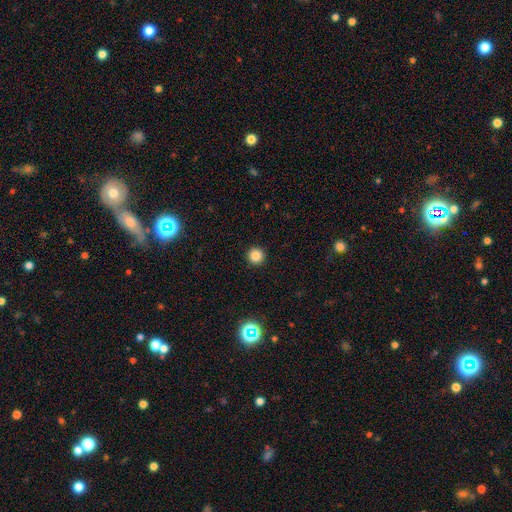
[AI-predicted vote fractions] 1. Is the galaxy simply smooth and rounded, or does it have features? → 85% smooth, 12% star or artifact, 3% featured or disk.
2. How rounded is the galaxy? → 96% round, 3% in between, 1% cigar-shaped.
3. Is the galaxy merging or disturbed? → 93% none, 4% minor disturbance, 2% major disturbance, 1% merger.